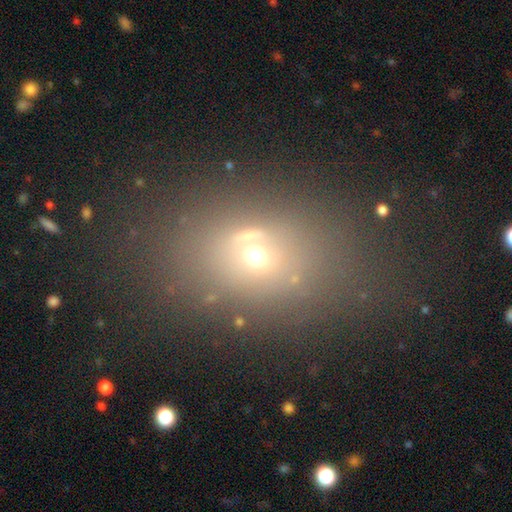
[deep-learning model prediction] Q: Smooth or featured?
A: smooth (55%); runner-up: star or artifact (25%)
Q: How rounded?
A: in between (59%); runner-up: round (39%)
Q: Merging?
A: none (62%); runner-up: minor disturbance (15%)